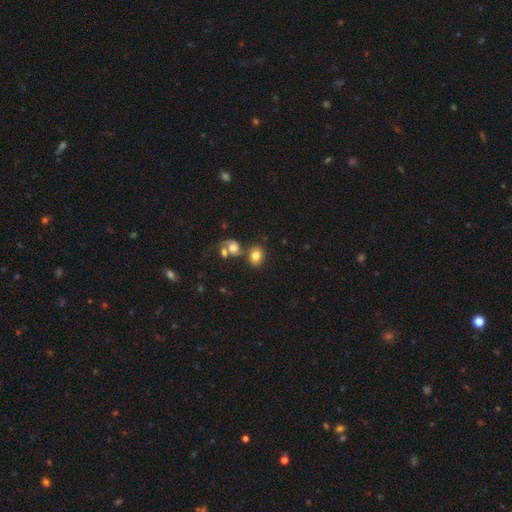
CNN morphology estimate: The model was most divided on "how rounded": round: 57%, in between: 42%, cigar-shaped: 1%. More confident: smooth or featured — smooth (77%); merging — none (59%).